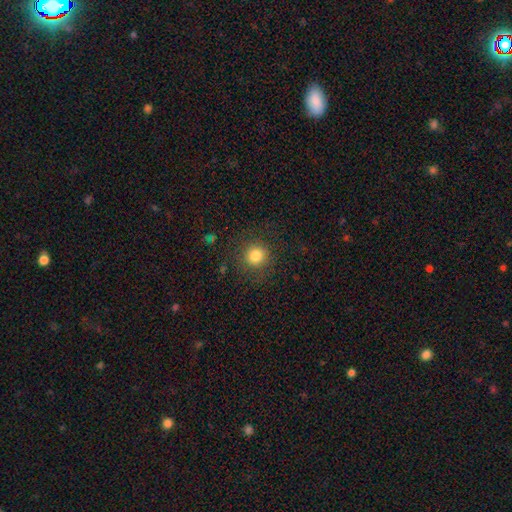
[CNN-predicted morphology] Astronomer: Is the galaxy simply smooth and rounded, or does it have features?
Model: smooth — 82%.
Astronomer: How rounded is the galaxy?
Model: round — 93%.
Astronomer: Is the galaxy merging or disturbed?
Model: none — 86%.